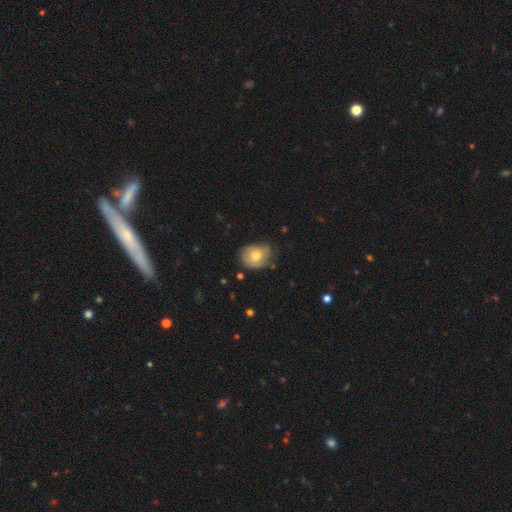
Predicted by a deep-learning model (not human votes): smooth-or-featured: smooth: 64% | featured or disk: 29% | star or artifact: 7%
  how-rounded: round: 54% | in between: 45% | cigar-shaped: 1%
  merging: none: 61% | minor disturbance: 30% | major disturbance: 6% | merger: 2%